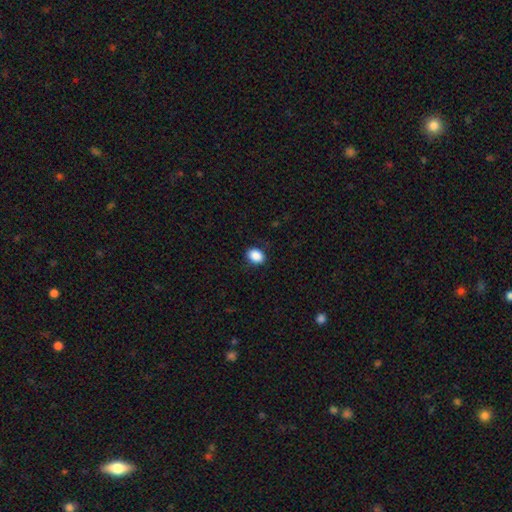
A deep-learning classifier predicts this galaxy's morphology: Smooth or featured?
  - smooth: 89% *
  - star or artifact: 8%
  - featured or disk: 3%
How rounded?
  - in between: 60% *
  - round: 39%
  - cigar-shaped: 1%
Merging?
  - none: 86% *
  - minor disturbance: 11%
  - major disturbance: 3%
  - merger: 1%